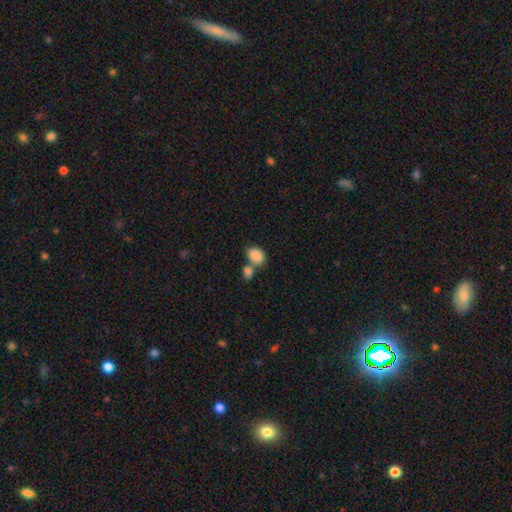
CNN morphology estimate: Smooth or featured?
  - smooth: 86% *
  - star or artifact: 8%
  - featured or disk: 7%
How rounded?
  - in between: 74% *
  - round: 24%
  - cigar-shaped: 1%
Merging?
  - merger: 47% *
  - none: 37%
  - minor disturbance: 11%
  - major disturbance: 5%